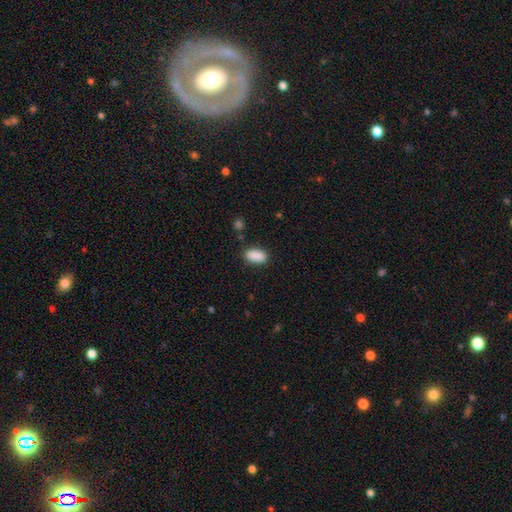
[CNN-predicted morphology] A smooth galaxy with no disk features (89%) that is in between round and cigar-shaped (89%). Merging: none (82%).